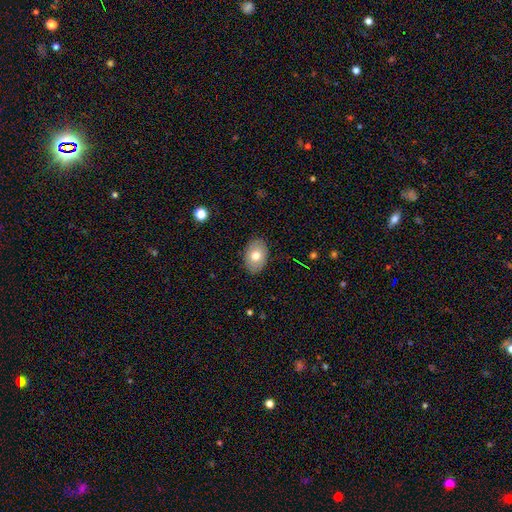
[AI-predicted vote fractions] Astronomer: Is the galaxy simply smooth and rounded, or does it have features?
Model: smooth — 72%.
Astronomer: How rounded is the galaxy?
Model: in between — 85%.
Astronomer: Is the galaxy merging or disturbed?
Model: none — 86%.